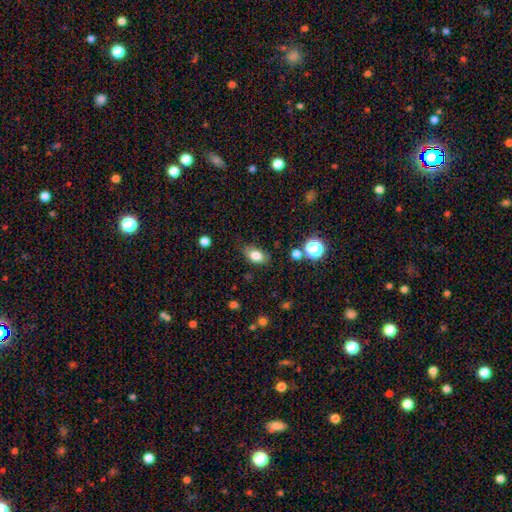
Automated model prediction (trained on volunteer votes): The model was most divided on "merging": none: 77%, minor disturbance: 17%, major disturbance: 4%, merger: 2%. More confident: how rounded — in between (87%); smooth or featured — smooth (80%).